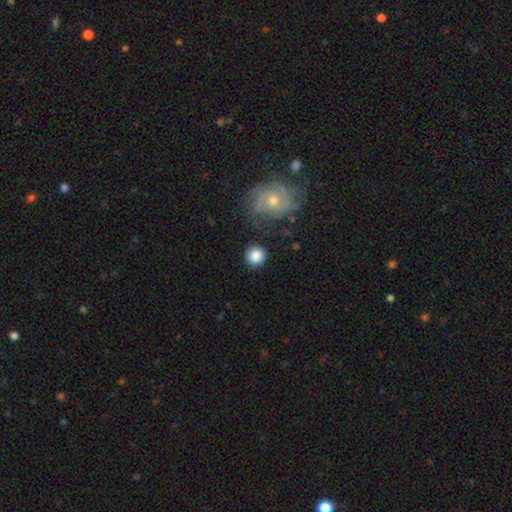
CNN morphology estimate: Overall: smooth (85%). How rounded: round (92%). Merging: none (83%).